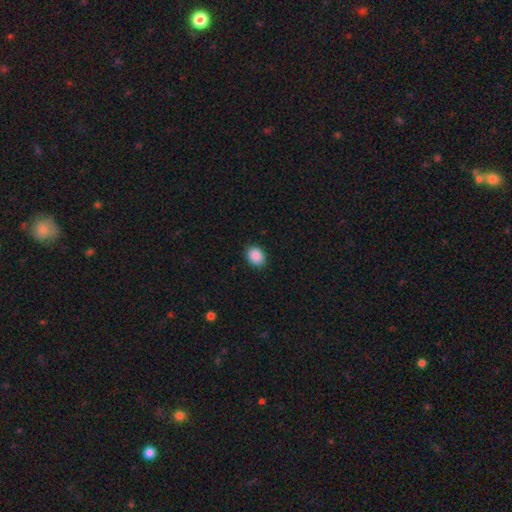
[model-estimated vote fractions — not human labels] This is clearly a smooth galaxy (90%). How rounded: possibly in between (52%). Merging: clearly none (89%).